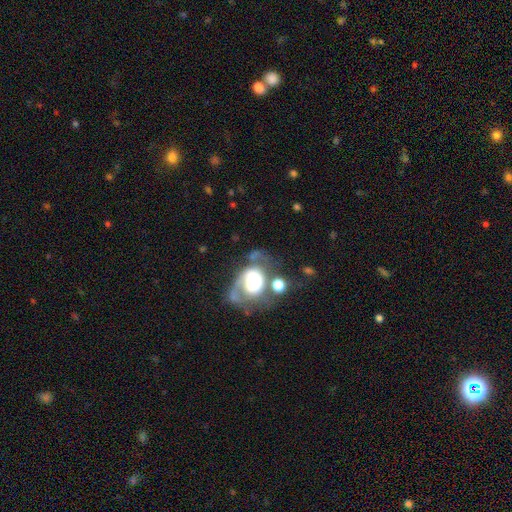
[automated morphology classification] featured or disk 58%, smooth 31%, star or artifact 10%. Down the decision tree: edge-on disk — no (97%); bar — no (78%); spiral arms — yes (66%); bulge size — large (35%); merging — major disturbance (34%).